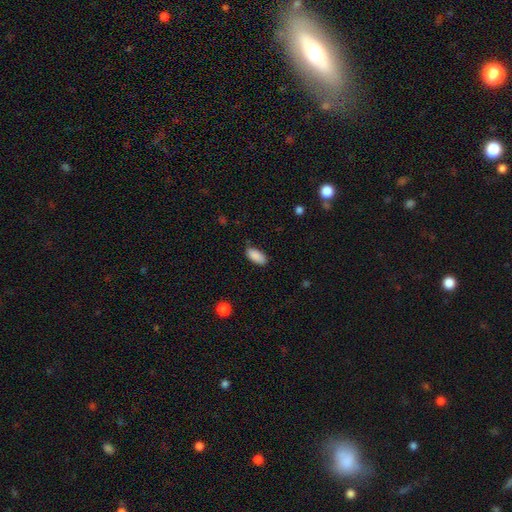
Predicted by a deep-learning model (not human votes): Q: Smooth or featured?
A: smooth (90%); runner-up: star or artifact (7%)
Q: How rounded?
A: in between (92%); runner-up: cigar-shaped (6%)
Q: Merging?
A: none (83%); runner-up: minor disturbance (13%)